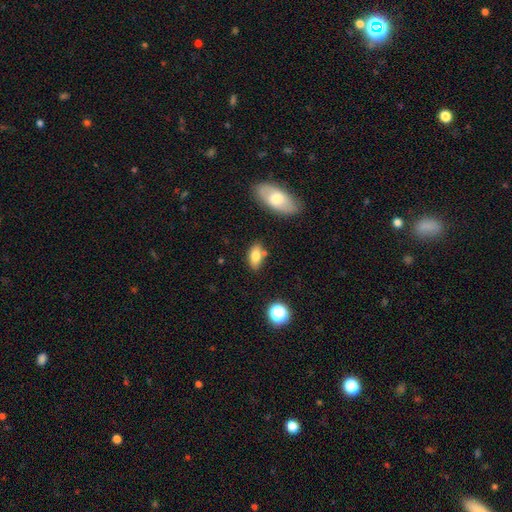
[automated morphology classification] This appears to be a smooth galaxy with no disk features (77%) that is in between round and cigar-shaped (88%). Merging: none (73%).